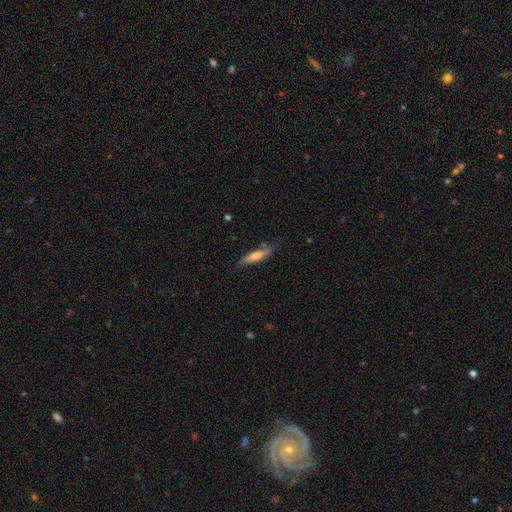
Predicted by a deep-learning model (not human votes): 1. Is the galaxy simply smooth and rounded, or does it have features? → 53% smooth, 40% featured or disk, 7% star or artifact.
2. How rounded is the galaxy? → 76% cigar-shaped, 22% in between, 2% round.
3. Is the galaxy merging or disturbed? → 66% none, 24% minor disturbance, 6% major disturbance, 3% merger.